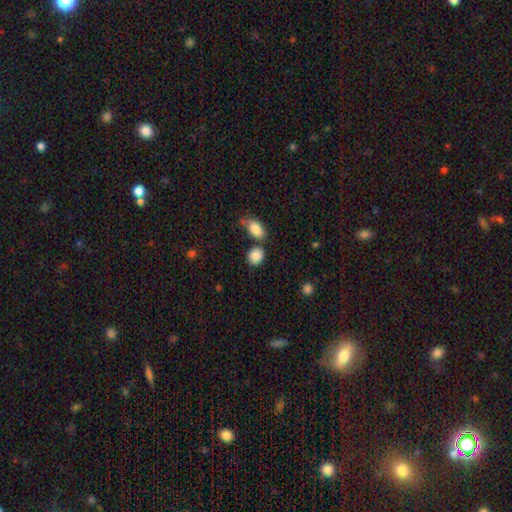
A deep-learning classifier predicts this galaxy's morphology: Smooth or featured?
  - smooth: 87% *
  - star or artifact: 8%
  - featured or disk: 5%
How rounded?
  - round: 68% *
  - in between: 31%
  - cigar-shaped: 2%
Merging?
  - none: 69% *
  - merger: 15%
  - minor disturbance: 13%
  - major disturbance: 4%